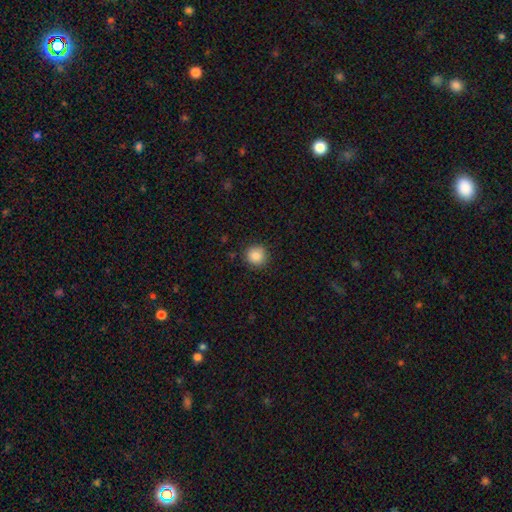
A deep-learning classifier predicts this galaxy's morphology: Smooth or featured? smooth (87%)
How rounded? round (93%)
Merging? none (89%)